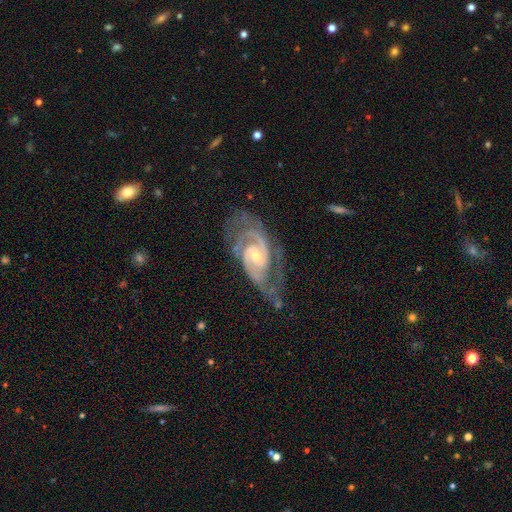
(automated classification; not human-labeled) The model was most divided on "bulge size": moderate: 49%, small: 47%, large: 2%, none: 1%, dominant: 1%. More confident: spiral arms — yes (98%); edge-on disk — no (97%); smooth or featured — featured or disk (92%); spiral arm count — 2 (77%); merging — none (63%); spiral winding — tight (54%); bar — no (53%).